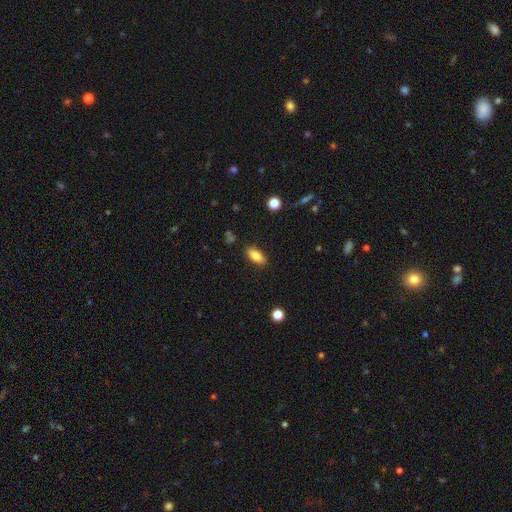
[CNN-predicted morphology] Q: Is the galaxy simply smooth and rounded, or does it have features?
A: smooth — 81%.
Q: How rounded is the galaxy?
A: in between — 82%.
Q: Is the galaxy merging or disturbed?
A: none — 85%.